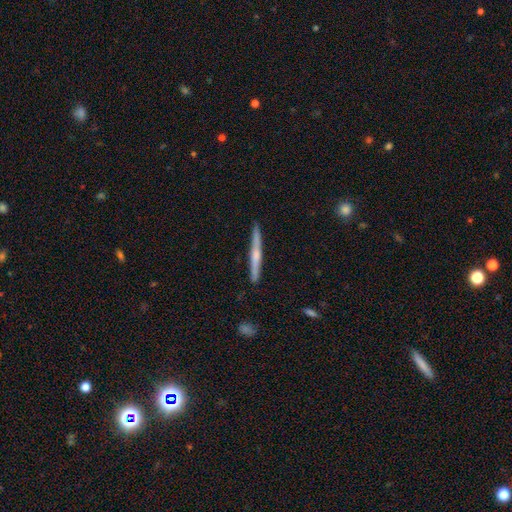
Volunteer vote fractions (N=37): Morphology: type=featured or disk (54%); edge-on=yes (100%); edge-on bulge=rounded (65%); merging=none (89%).